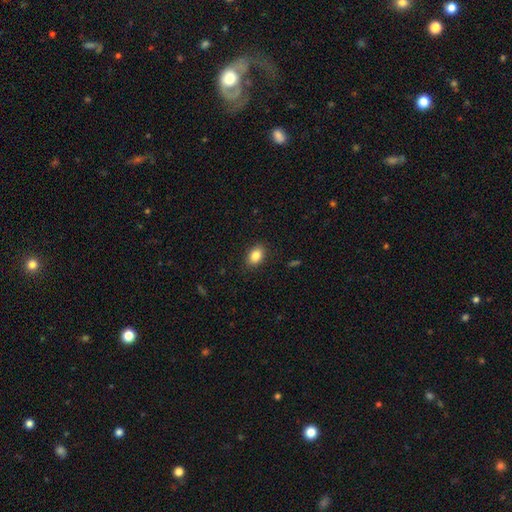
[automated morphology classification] type=smooth (84%); roundness=in between (80%); merging=none (87%).